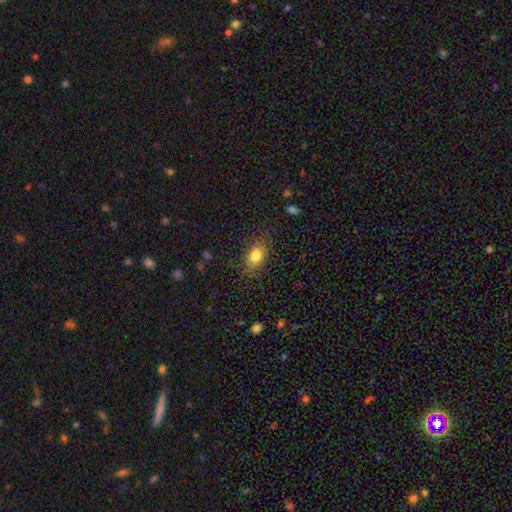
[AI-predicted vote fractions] smooth 82%, star or artifact 9%, featured or disk 8%. Down the decision tree: how rounded — in between (79%); merging — none (78%).